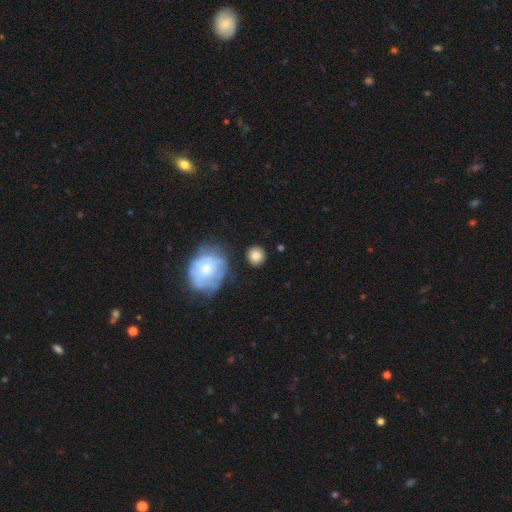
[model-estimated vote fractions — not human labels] smooth_or_featured: smooth (p=0.83) [alt: featured or disk p=0.09]
how_rounded: round (p=0.87) [alt: in between p=0.12]
merging: none (p=0.80) [alt: minor disturbance p=0.12]